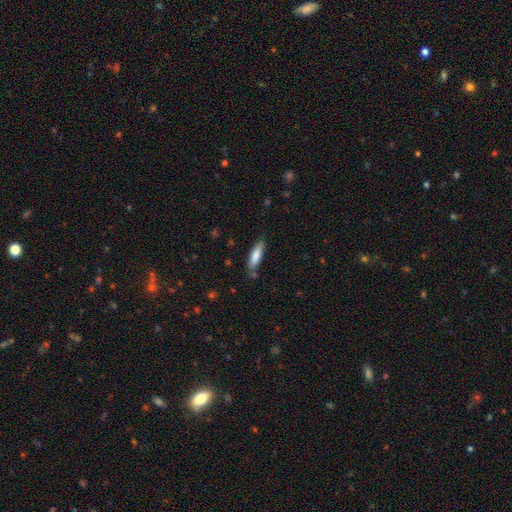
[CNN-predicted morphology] A smooth galaxy with no disk features (79%) that is cigar-shaped (60%).

Vote fractions:
- Smooth or featured? smooth: 79% / featured or disk: 16% / star or artifact: 6%
- How rounded? cigar-shaped: 60% / in between: 39% / round: 1%
- Merging? none: 80% / minor disturbance: 15% / merger: 3% / major disturbance: 3%